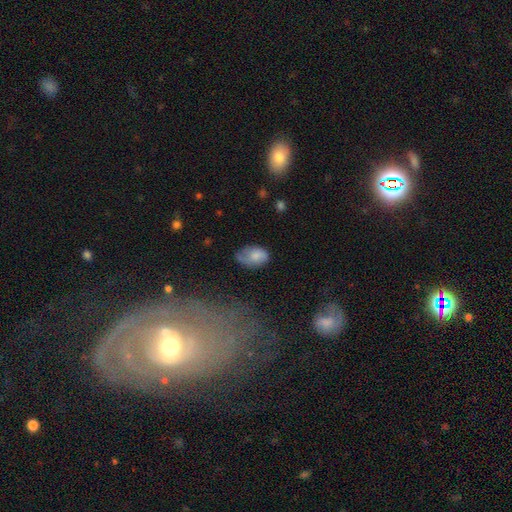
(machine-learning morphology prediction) smooth 73%, featured or disk 19%, star or artifact 8%. Down the decision tree: how rounded — in between (88%); merging — none (51%).